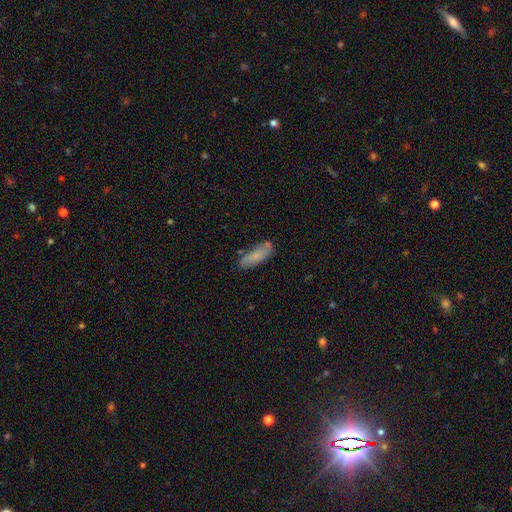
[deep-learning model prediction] The model was most divided on "how rounded": in between: 57%, cigar-shaped: 41%, round: 2%. More confident: smooth or featured — smooth (78%); merging — none (65%).